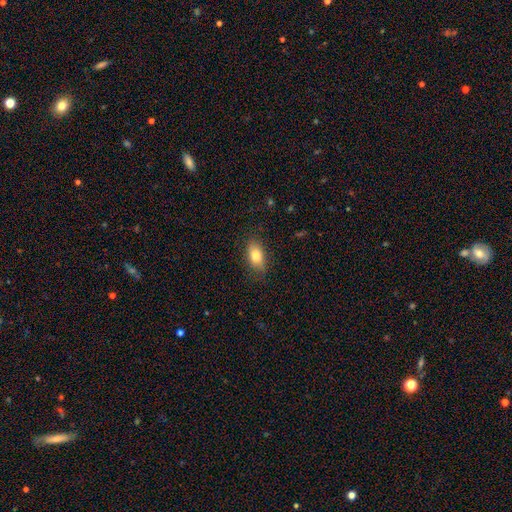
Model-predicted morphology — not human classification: smooth-or-featured: smooth: 79% | featured or disk: 13% | star or artifact: 8%
  how-rounded: in between: 86% | round: 8% | cigar-shaped: 7%
  merging: none: 80% | minor disturbance: 15% | major disturbance: 3% | merger: 1%